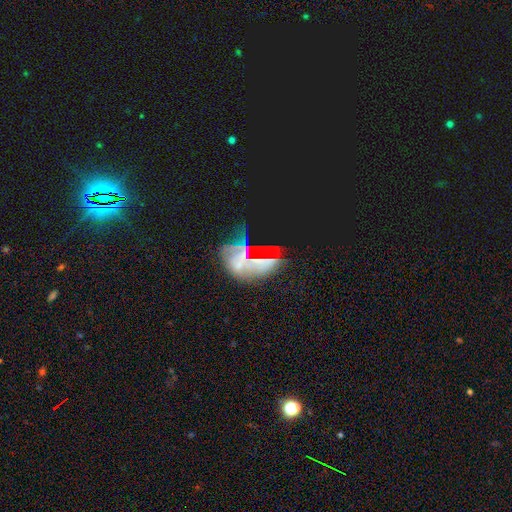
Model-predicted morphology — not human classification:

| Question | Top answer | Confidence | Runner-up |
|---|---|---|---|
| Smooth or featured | star or artifact | 43% | featured or disk (33%) |